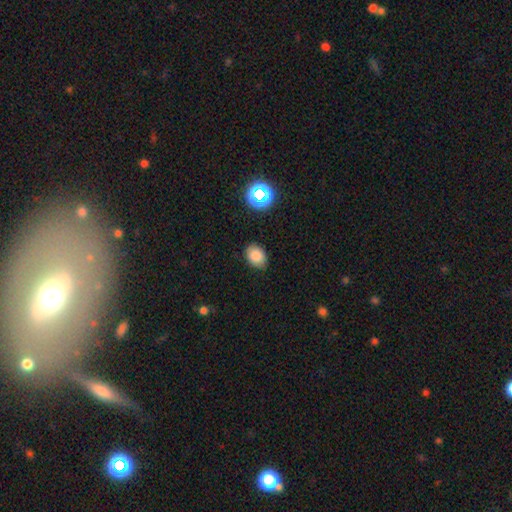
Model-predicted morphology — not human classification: Smooth or featured?
  - smooth: 81% *
  - star or artifact: 12%
  - featured or disk: 7%
How rounded?
  - in between: 73% *
  - round: 26%
  - cigar-shaped: 1%
Merging?
  - none: 83% *
  - minor disturbance: 13%
  - major disturbance: 3%
  - merger: 1%